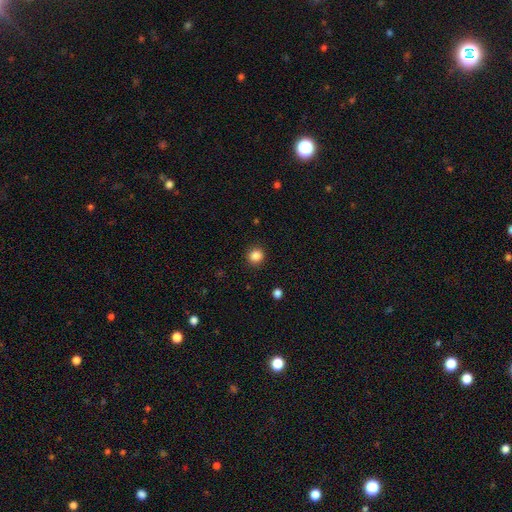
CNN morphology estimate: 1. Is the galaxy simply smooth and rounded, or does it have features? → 86% smooth, 11% star or artifact, 3% featured or disk.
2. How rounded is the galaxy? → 87% round, 12% in between, 1% cigar-shaped.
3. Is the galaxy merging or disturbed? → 90% none, 6% minor disturbance, 2% major disturbance, 1% merger.